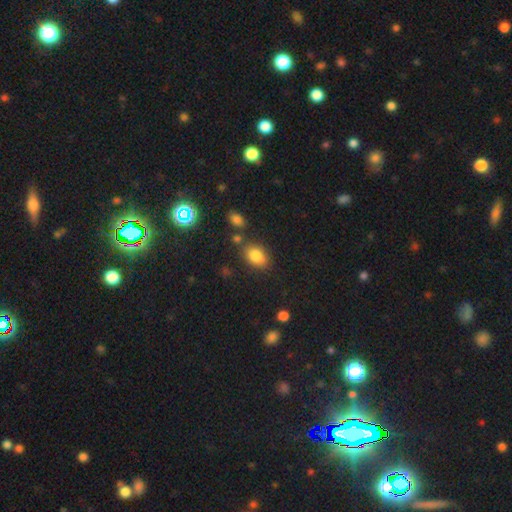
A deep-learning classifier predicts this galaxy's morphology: This appears to be a smooth galaxy with no disk features (80%) that is in between round and cigar-shaped (81%). Merging: none (74%).